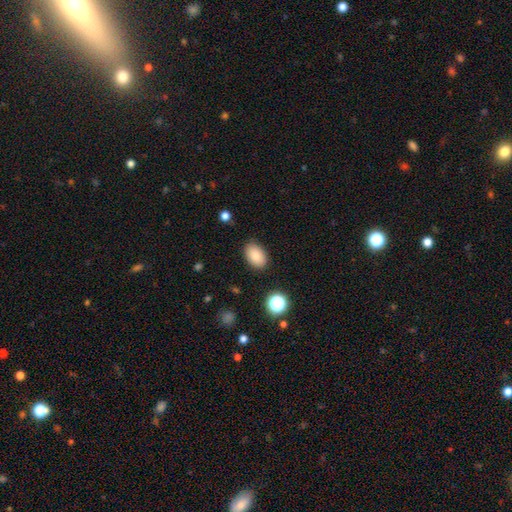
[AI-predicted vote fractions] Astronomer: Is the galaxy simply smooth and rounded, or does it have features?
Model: smooth — 85%.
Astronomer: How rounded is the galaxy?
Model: in between — 89%.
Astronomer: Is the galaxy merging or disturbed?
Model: none — 86%.